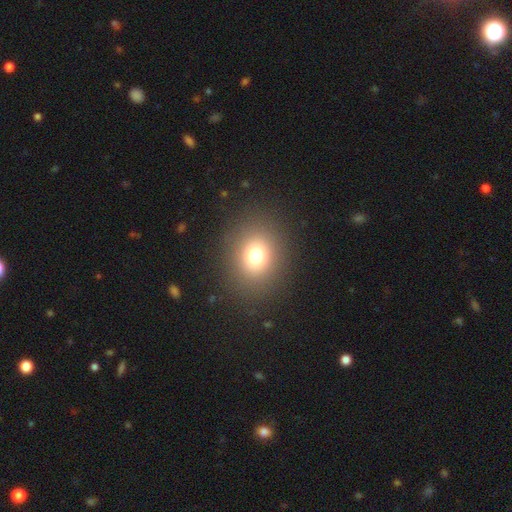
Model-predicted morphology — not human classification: Smooth or featured? smooth (74%)
How rounded? round (62%)
Merging? none (87%)